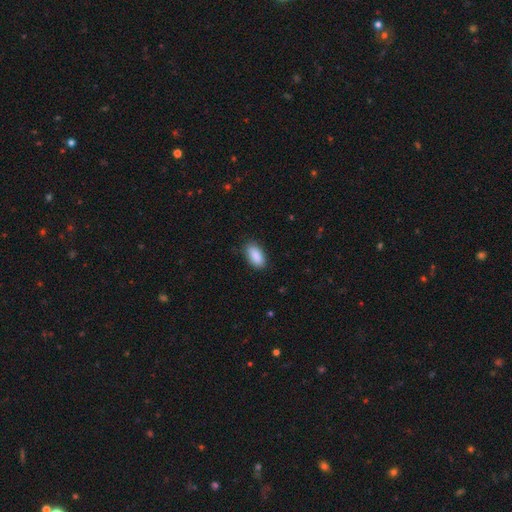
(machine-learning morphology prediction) Smooth or featured?
  - smooth: 90% *
  - star or artifact: 6%
  - featured or disk: 4%
How rounded?
  - in between: 92% *
  - cigar-shaped: 5%
  - round: 3%
Merging?
  - none: 85% *
  - minor disturbance: 12%
  - major disturbance: 2%
  - merger: 1%